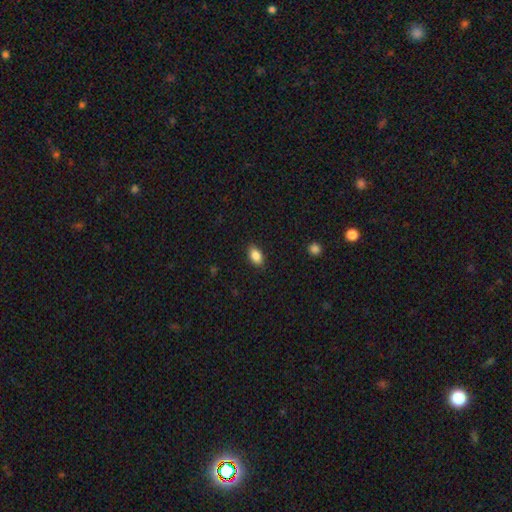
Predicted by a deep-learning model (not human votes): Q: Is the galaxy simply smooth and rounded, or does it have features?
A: smooth — 87%.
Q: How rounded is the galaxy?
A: in between — 89%.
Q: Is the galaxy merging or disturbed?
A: none — 88%.